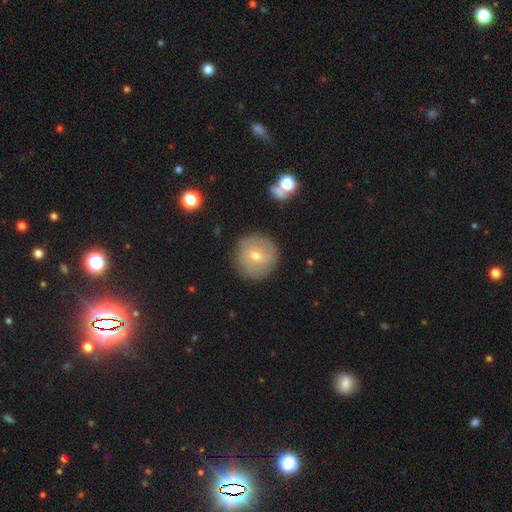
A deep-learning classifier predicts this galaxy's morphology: type=smooth (57%); roundness=round (95%); merging=none (88%).